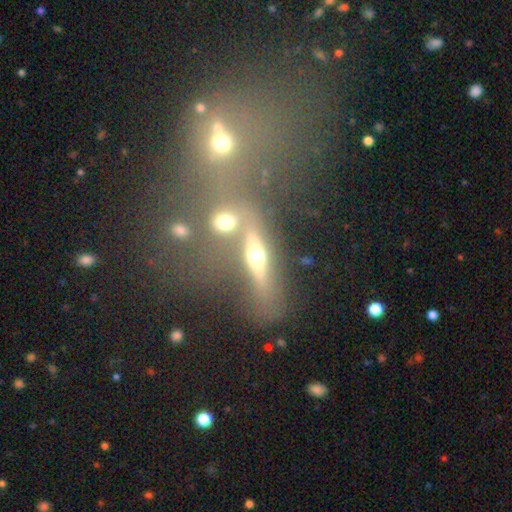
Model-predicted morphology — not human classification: This is possibly a featured or disk galaxy (49%). Merging: marginally none (45%).